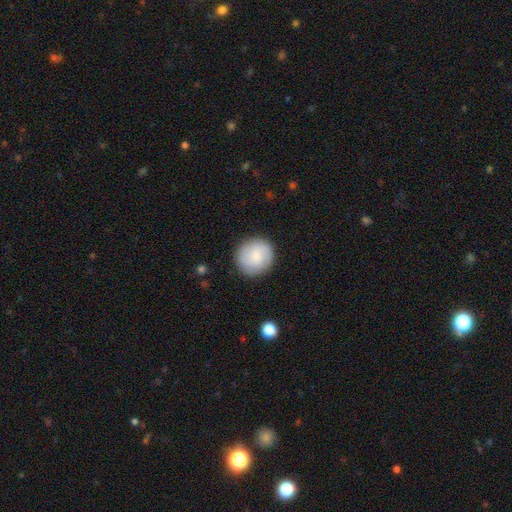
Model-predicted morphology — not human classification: type=smooth (71%); roundness=round (89%); merging=none (86%).